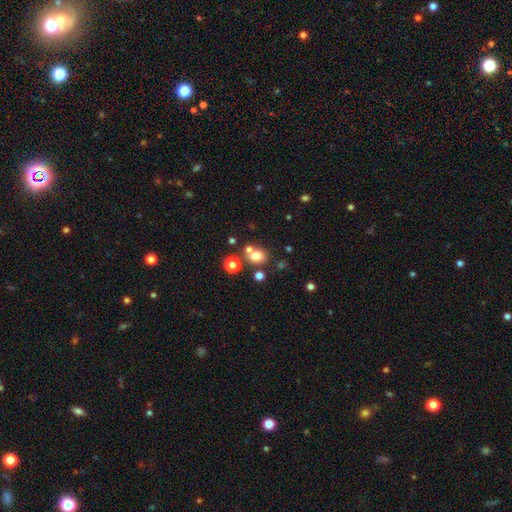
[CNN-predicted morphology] Smooth or featured? smooth (74%)
How rounded? round (61%)
Merging? none (59%)